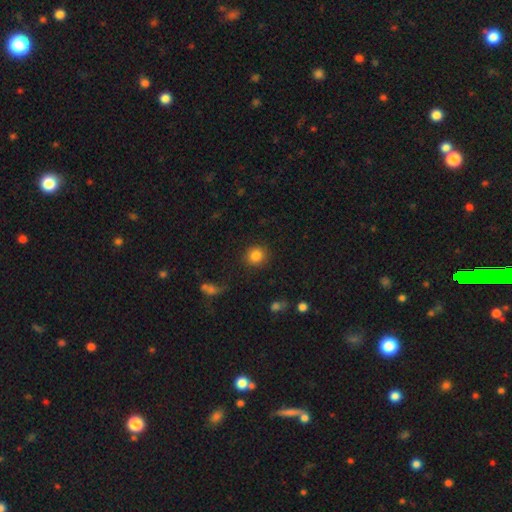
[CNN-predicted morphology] A smooth galaxy with no disk features (85%) that is round (90%).

Vote fractions:
- Smooth or featured? smooth: 85% / star or artifact: 10% / featured or disk: 5%
- How rounded? round: 90% / in between: 9% / cigar-shaped: 1%
- Merging? none: 88% / minor disturbance: 7% / major disturbance: 3% / merger: 2%